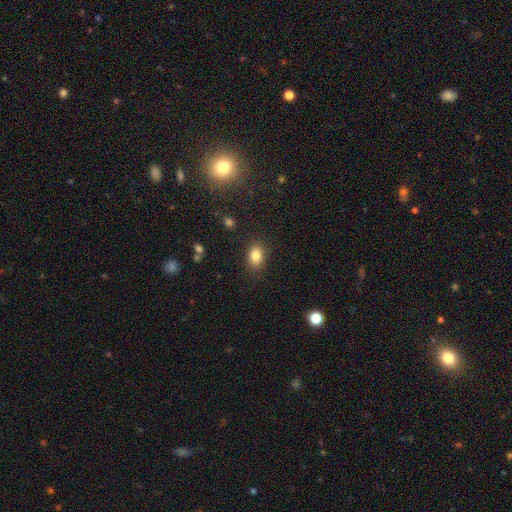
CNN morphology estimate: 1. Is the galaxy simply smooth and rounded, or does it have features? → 84% smooth, 10% star or artifact, 7% featured or disk.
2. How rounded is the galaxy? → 75% in between, 23% round, 1% cigar-shaped.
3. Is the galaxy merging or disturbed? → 86% none, 10% minor disturbance, 3% major disturbance, 1% merger.